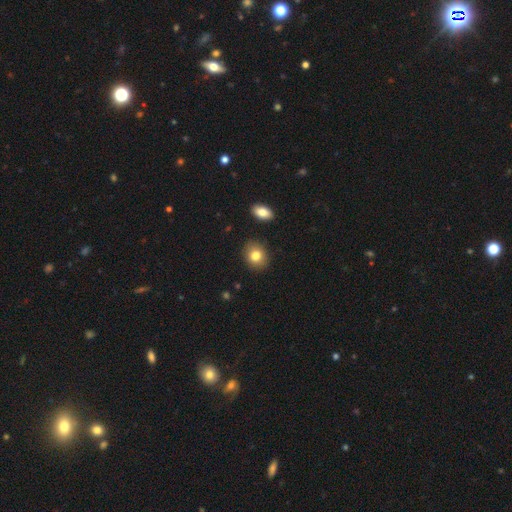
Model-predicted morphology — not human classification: smooth_or_featured: smooth (p=0.80) [alt: featured or disk p=0.10]
how_rounded: round (p=0.57) [alt: in between p=0.42]
merging: none (p=0.87) [alt: minor disturbance p=0.09]